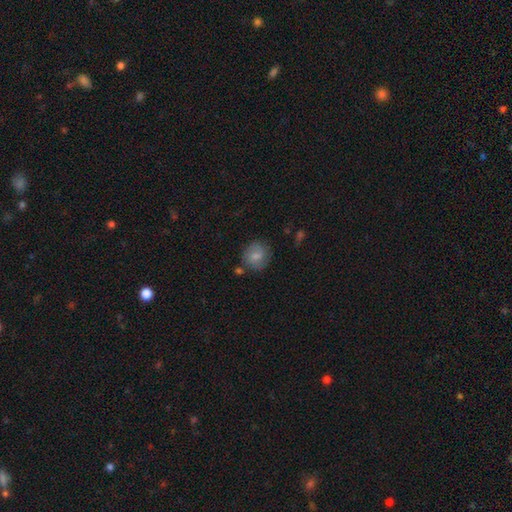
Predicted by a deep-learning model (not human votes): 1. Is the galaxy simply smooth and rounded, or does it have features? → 70% smooth, 22% featured or disk, 8% star or artifact.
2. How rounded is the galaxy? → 80% round, 19% in between, 1% cigar-shaped.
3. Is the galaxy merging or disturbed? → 72% none, 17% minor disturbance, 5% major disturbance, 5% merger.